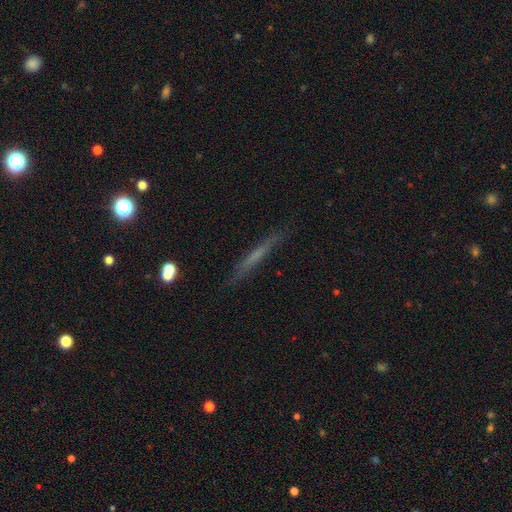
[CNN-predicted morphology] smooth_or_featured: featured or disk (p=0.46) [alt: smooth p=0.45]
merging: none (p=0.85) [alt: minor disturbance p=0.11]